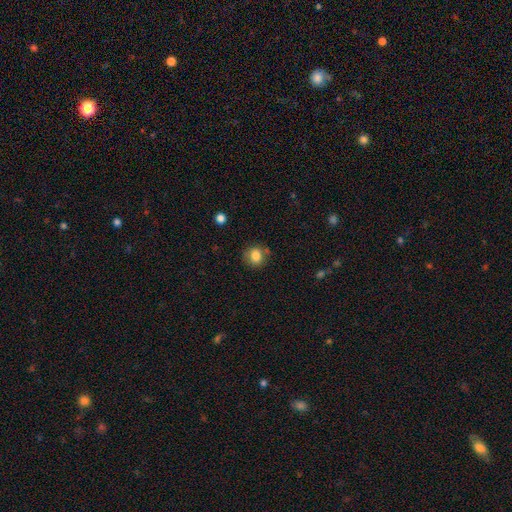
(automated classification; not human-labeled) Morphology: type=smooth (82%); roundness=round (78%); merging=none (77%).